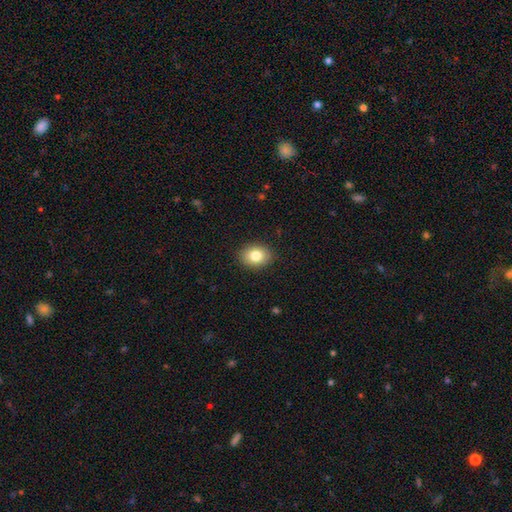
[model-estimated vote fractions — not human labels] Smooth or featured: smooth — 82% (featured or disk — 9%)
How rounded: in between — 63% (round — 36%)
Merging: none — 89% (minor disturbance — 8%)